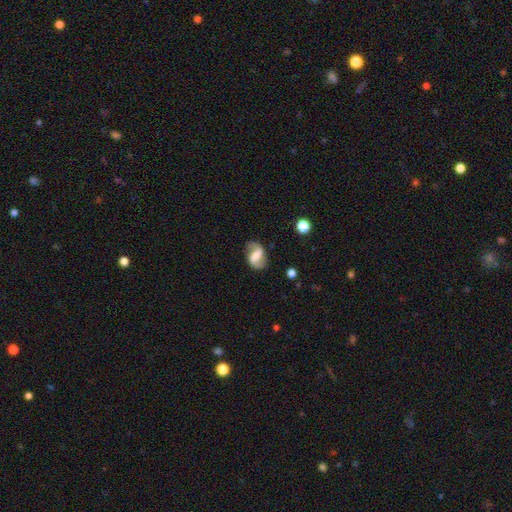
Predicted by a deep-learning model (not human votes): Morphology: type=featured or disk (75%); edge-on=no (97%); bar=weak (46%); spiral arms=yes (93%); winding=loose (55%); arm count=2 (91%); bulge=moderate (37%); merging=none (78%).